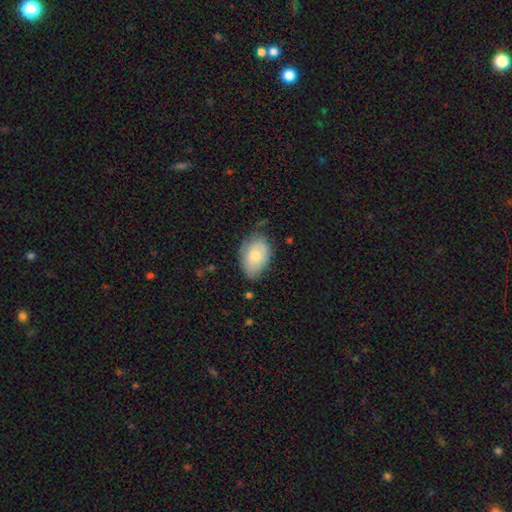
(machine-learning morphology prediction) Overall: smooth (72%). How rounded: in between (85%). Merging: none (61%; minor disturbance 30%).